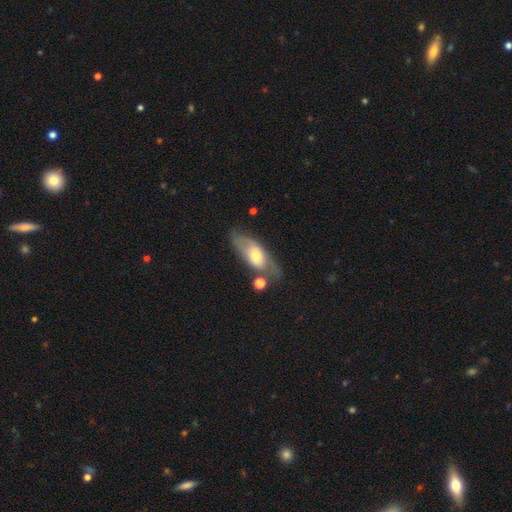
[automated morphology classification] Smooth or featured: smooth — 48% (featured or disk — 45%)
Merging: none — 59% (minor disturbance — 21%)